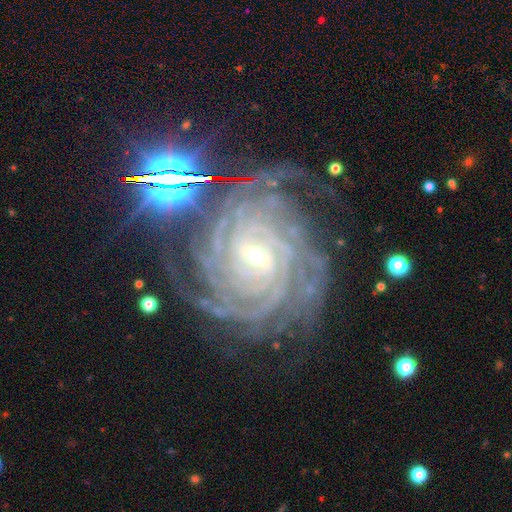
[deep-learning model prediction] Smooth or featured? featured or disk (90%)
Edge-on disk? no (98%)
Bar? weak (45%)
Spiral arms? yes (99%)
Spiral winding? tight (84%)
Spiral arm count? more than 4 (26%)
Bulge size? small (63%)
Merging? none (75%)